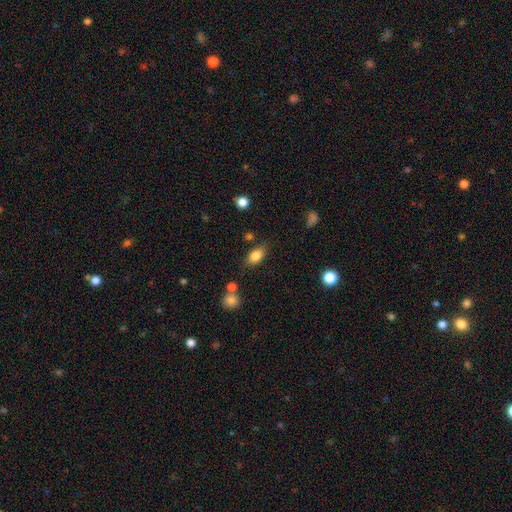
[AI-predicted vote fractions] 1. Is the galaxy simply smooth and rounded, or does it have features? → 82% smooth, 10% featured or disk, 9% star or artifact.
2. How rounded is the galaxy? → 85% in between, 11% round, 4% cigar-shaped.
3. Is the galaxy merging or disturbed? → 76% none, 15% minor disturbance, 5% merger, 4% major disturbance.